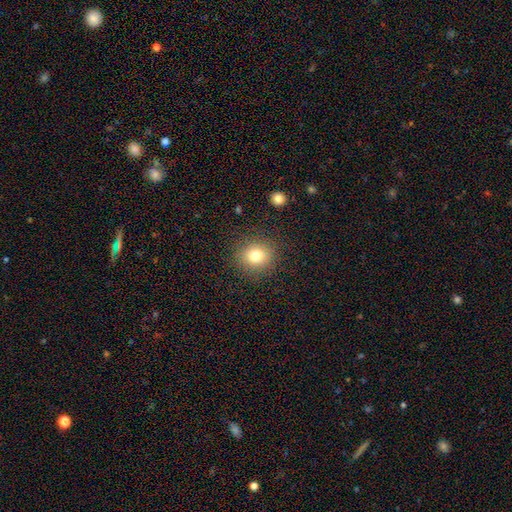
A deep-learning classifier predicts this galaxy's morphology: Smooth or featured: smooth — 79% (star or artifact — 12%)
How rounded: round — 83% (in between — 16%)
Merging: none — 88% (minor disturbance — 8%)